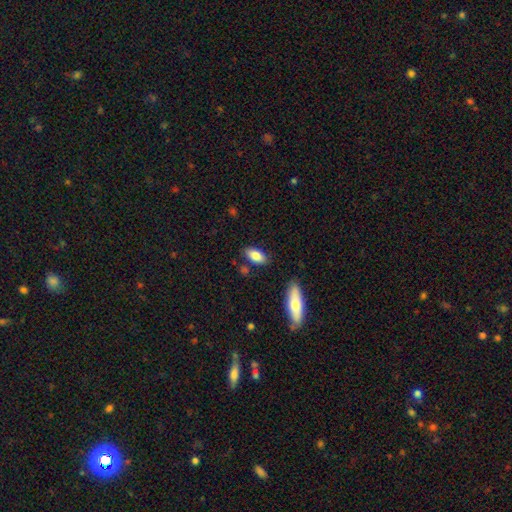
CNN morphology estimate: smooth 82%, featured or disk 11%, star or artifact 6%. Down the decision tree: how rounded — in between (88%); merging — none (81%).